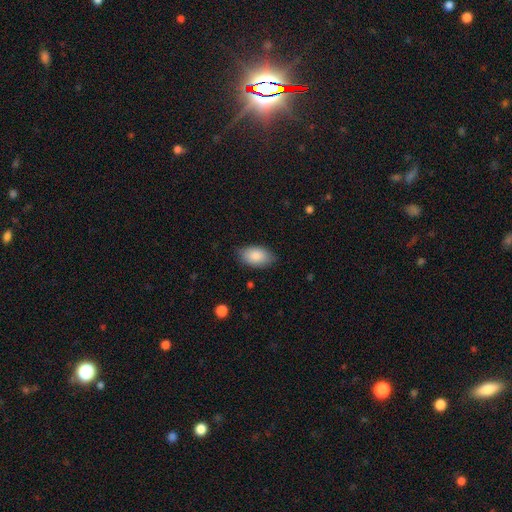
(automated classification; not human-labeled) Overall: smooth (87%). How rounded: in between (94%). Merging: none (83%).